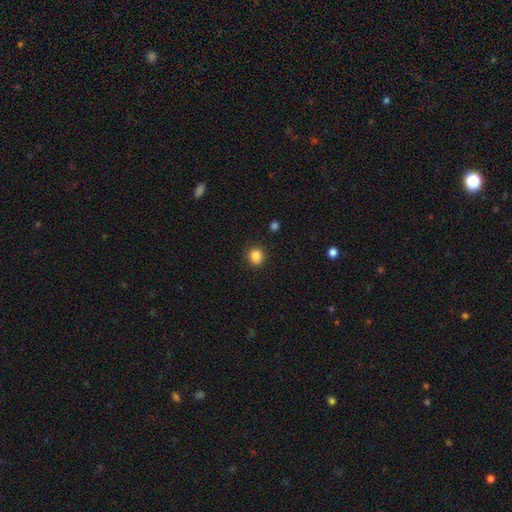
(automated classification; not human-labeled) Q: Smooth or featured?
A: smooth (85%); runner-up: star or artifact (11%)
Q: How rounded?
A: round (87%); runner-up: in between (12%)
Q: Merging?
A: none (88%); runner-up: minor disturbance (8%)